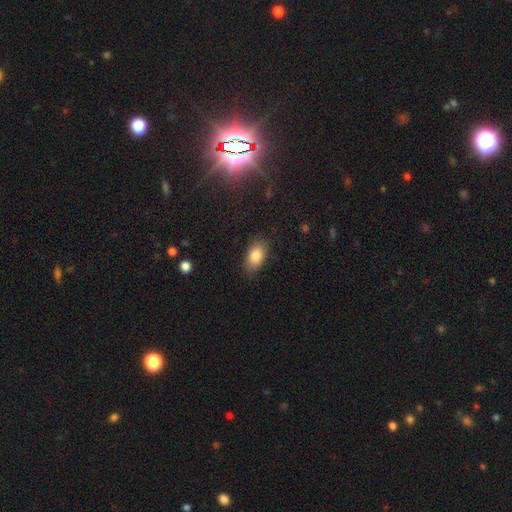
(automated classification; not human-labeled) This appears to be a smooth galaxy with no disk features (83%) that is in between round and cigar-shaped (90%). Merging: none (82%).